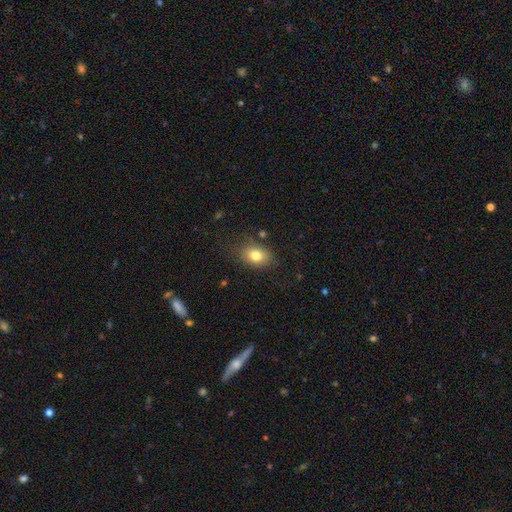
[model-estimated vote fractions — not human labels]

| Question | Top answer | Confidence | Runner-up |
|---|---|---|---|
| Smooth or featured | smooth | 78% | featured or disk (12%) |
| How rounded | in between | 77% | round (21%) |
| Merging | none | 72% | minor disturbance (18%) |